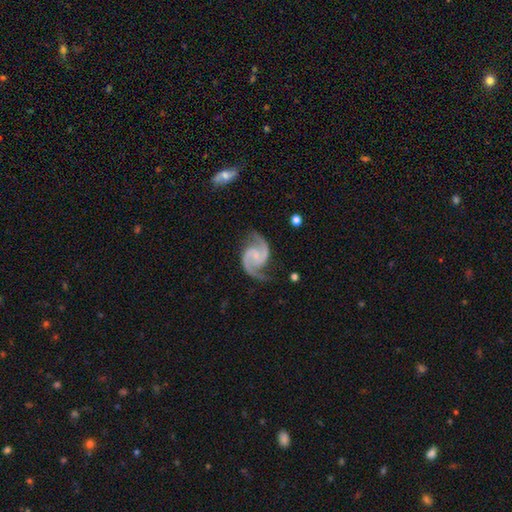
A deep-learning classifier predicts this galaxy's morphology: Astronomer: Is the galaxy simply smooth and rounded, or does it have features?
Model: featured or disk — 94%.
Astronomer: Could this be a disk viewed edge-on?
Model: no — 98%.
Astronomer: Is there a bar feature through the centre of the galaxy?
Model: no — 50% (runner-up: weak, 39%).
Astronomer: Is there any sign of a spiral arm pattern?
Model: yes — 99%.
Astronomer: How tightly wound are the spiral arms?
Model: medium — 62%.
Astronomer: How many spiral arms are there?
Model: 2 — 94%.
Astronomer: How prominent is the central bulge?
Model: small — 65%.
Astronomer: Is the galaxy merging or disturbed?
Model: none — 78%.